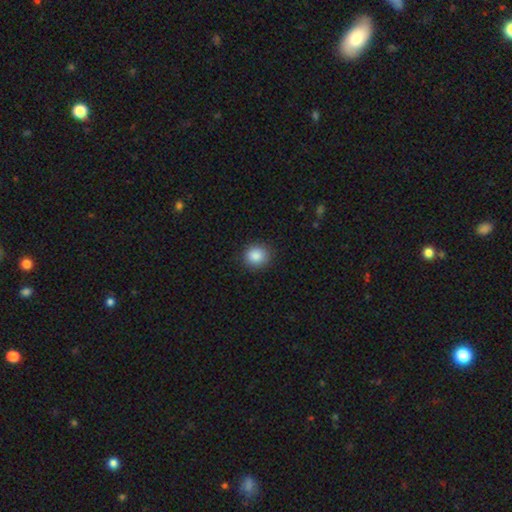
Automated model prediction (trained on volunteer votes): This appears to be a smooth galaxy with no disk features (87%) that is round (86%). Merging: none (89%).